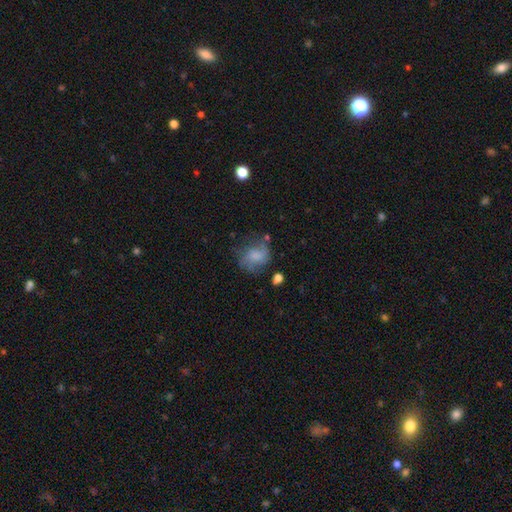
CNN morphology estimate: The model was most divided on "how rounded": round: 56%, in between: 42%, cigar-shaped: 1%. Remaining: smooth or featured — smooth (59%); merging — none (50%).